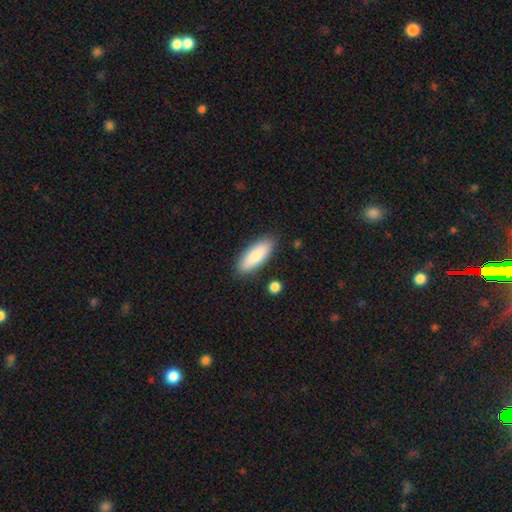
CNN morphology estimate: This appears to be a smooth galaxy with no disk features (84%) that is in between round and cigar-shaped (73%). Merging: none (85%).